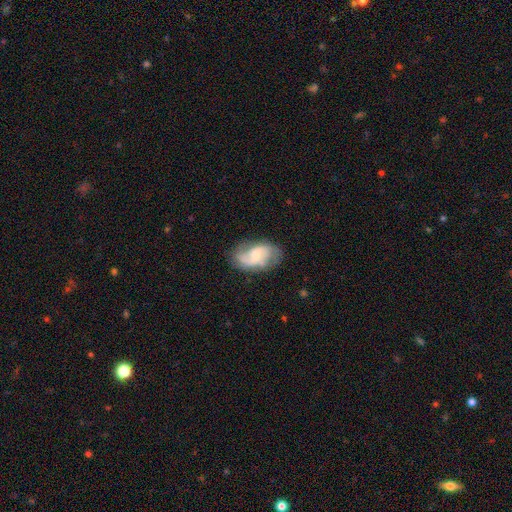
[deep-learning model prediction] Morphology: type=featured or disk (71%); edge-on=no (97%); bar=no (50%); spiral arms=yes (91%); winding=medium (44%); arm count=2 (80%); bulge=small (54%); merging=none (69%).